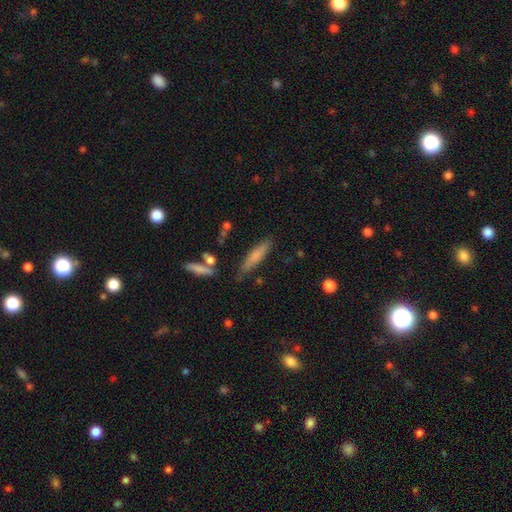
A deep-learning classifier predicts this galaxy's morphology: Q: Smooth or featured?
A: smooth (72%); runner-up: featured or disk (21%)
Q: How rounded?
A: cigar-shaped (82%); runner-up: in between (16%)
Q: Merging?
A: none (80%); runner-up: minor disturbance (13%)